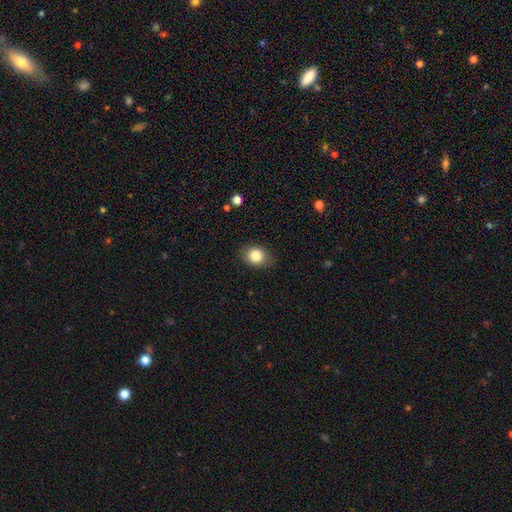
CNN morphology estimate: Smooth or featured? Predicted: smooth (p=0.84). How rounded? Predicted: round (p=0.53). Merging? Predicted: none (p=0.84).